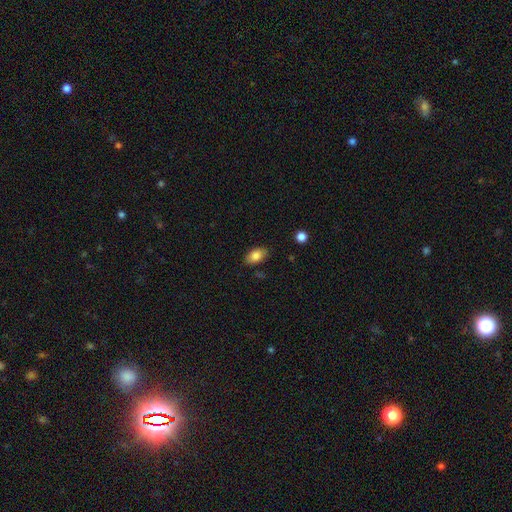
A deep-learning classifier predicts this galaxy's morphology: smooth-or-featured: smooth: 82% | featured or disk: 10% | star or artifact: 8%
  how-rounded: in between: 90% | round: 8% | cigar-shaped: 2%
  merging: none: 83% | minor disturbance: 13% | major disturbance: 3% | merger: 2%